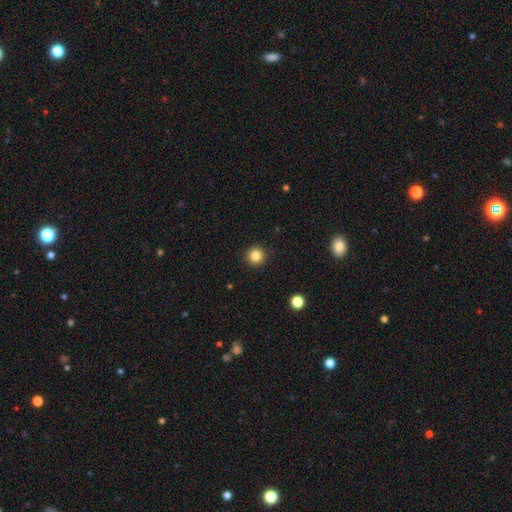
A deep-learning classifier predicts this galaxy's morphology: smooth 83%, star or artifact 12%, featured or disk 5%. Down the decision tree: how rounded — round (96%); merging — none (93%).